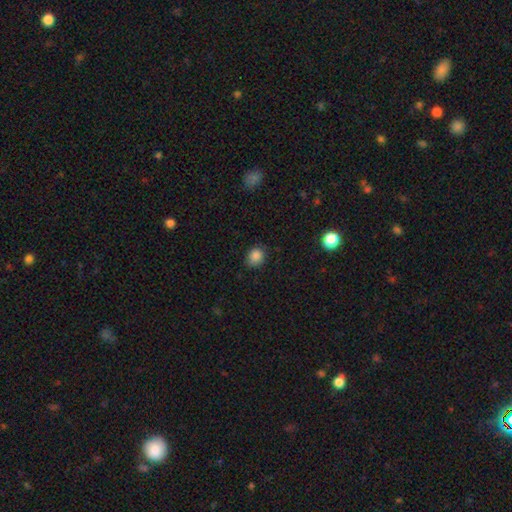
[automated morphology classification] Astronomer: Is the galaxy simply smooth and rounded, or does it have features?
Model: smooth — 85%.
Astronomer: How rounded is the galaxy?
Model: round — 72%.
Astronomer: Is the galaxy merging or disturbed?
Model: none — 78%.